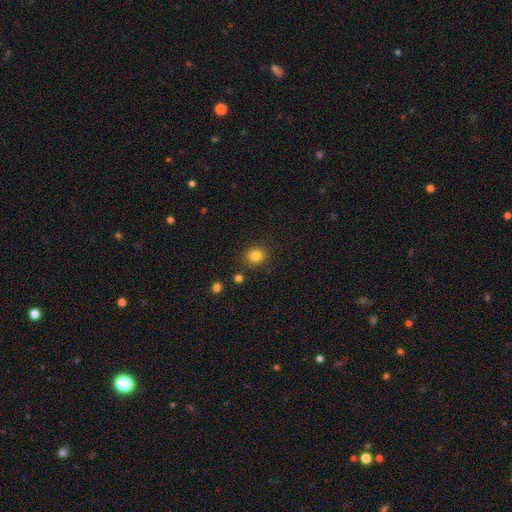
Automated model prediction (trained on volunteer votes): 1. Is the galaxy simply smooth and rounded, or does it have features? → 83% smooth, 11% star or artifact, 5% featured or disk.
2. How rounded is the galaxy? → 69% round, 30% in between, 1% cigar-shaped.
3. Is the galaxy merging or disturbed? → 85% none, 9% minor disturbance, 3% merger, 3% major disturbance.